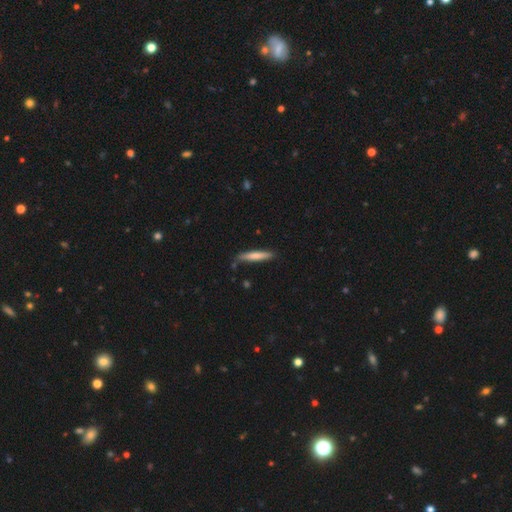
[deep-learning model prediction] Morphology: type=smooth (72%); roundness=cigar-shaped (93%); merging=none (83%).